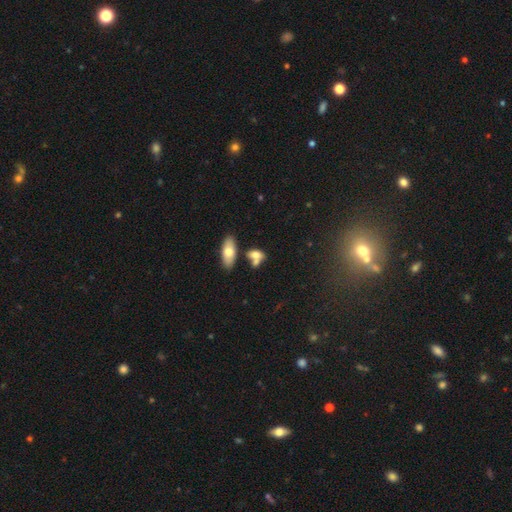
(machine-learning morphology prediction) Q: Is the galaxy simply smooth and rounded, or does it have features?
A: smooth — 71%.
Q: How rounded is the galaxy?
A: in between — 78%.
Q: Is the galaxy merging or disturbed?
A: none — 48%.